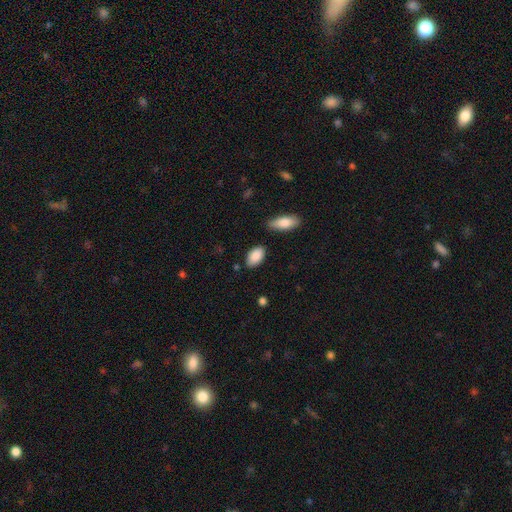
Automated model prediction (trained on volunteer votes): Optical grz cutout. It shows a smooth galaxy with no disk features (89%) that is in between round and cigar-shaped (93%). Merging: none (81%).